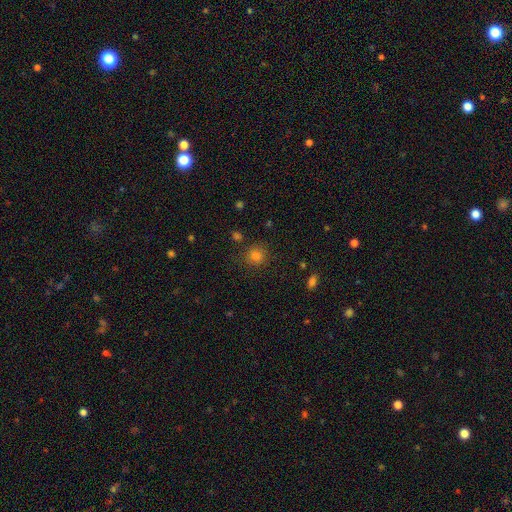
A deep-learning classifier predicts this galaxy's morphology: This appears to be a smooth galaxy with no disk features (79%) that is round (82%). Merging: none (82%).